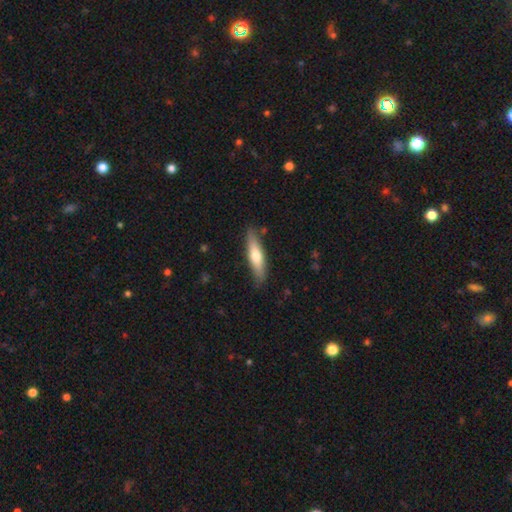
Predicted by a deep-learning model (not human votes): Morphology: type=smooth (59%); roundness=cigar-shaped (74%); merging=none (84%).